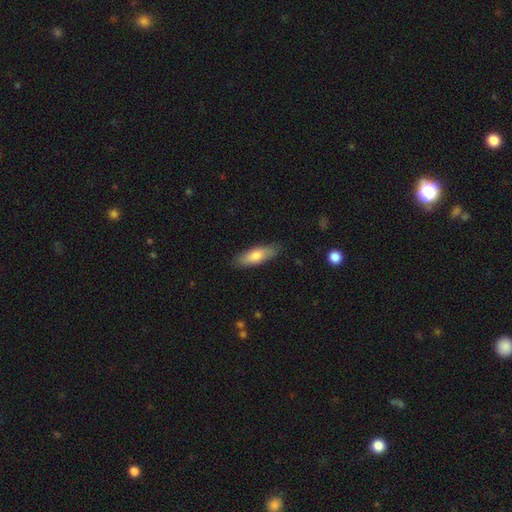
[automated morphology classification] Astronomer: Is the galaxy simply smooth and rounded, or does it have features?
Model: smooth — 77%.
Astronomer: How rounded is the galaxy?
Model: in between — 54% (runner-up: cigar-shaped, 44%).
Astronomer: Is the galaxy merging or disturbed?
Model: none — 85%.